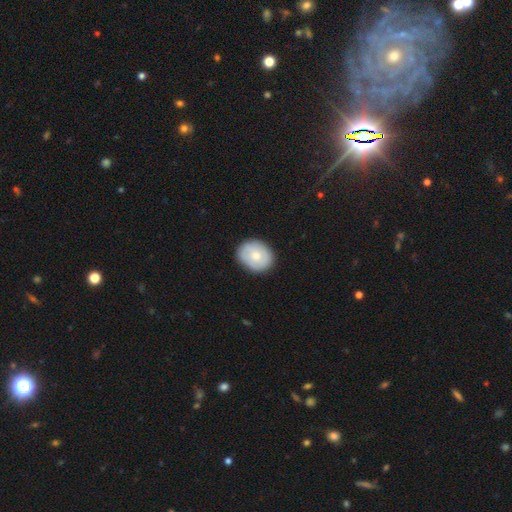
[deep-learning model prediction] Smooth or featured: smooth — 67% (featured or disk — 27%)
How rounded: round — 62% (in between — 37%)
Merging: none — 84% (minor disturbance — 12%)